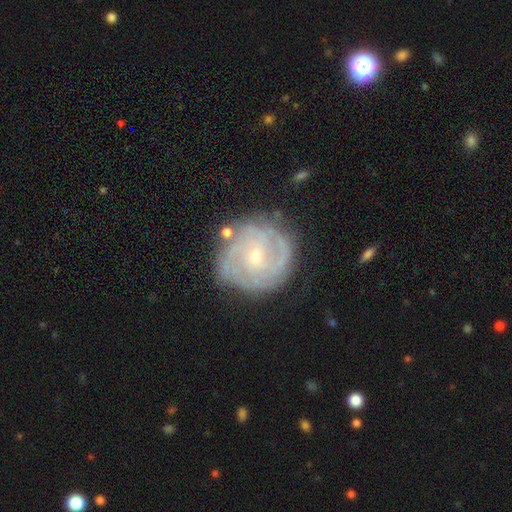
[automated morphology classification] This appears to be a featured or disk galaxy (83%) with no bar (59%), tight (67%) spiral arms (94%) and a small central bulge (69%). Merging: none (78%).